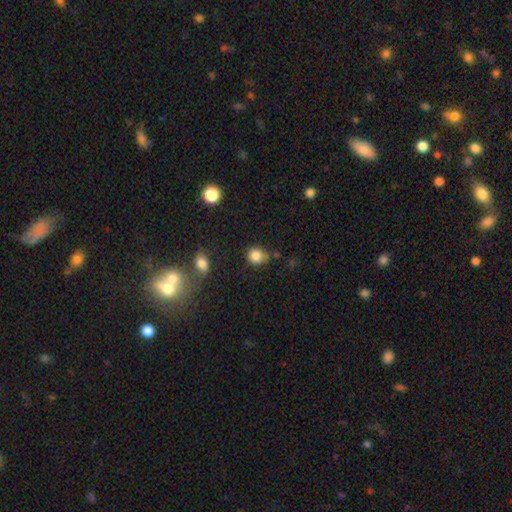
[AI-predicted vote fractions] Smooth or featured?
  - smooth: 84% *
  - star or artifact: 11%
  - featured or disk: 5%
How rounded?
  - round: 86% *
  - in between: 13%
  - cigar-shaped: 1%
Merging?
  - none: 67% *
  - minor disturbance: 20%
  - merger: 8%
  - major disturbance: 5%